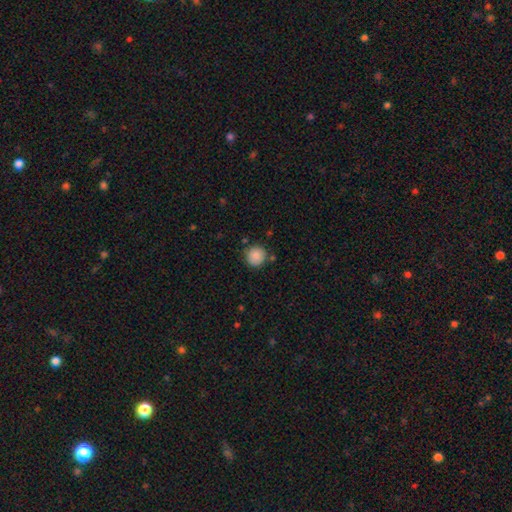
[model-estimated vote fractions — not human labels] smooth-or-featured: smooth: 88% | star or artifact: 8% | featured or disk: 4%
  how-rounded: round: 93% | in between: 6% | cigar-shaped: 1%
  merging: none: 81% | minor disturbance: 11% | merger: 4% | major disturbance: 3%